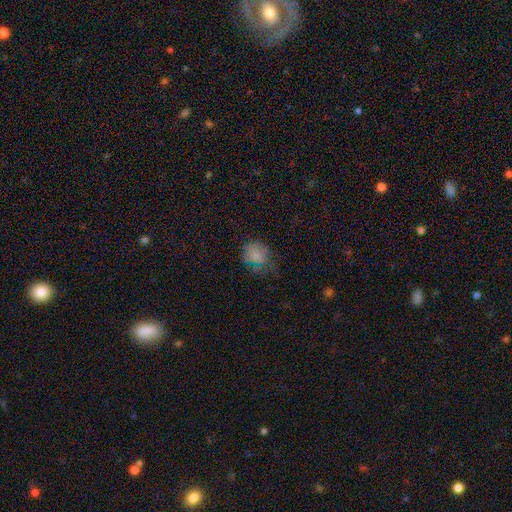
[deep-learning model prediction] Smooth or featured? smooth (77%)
How rounded? round (71%)
Merging? none (51%)